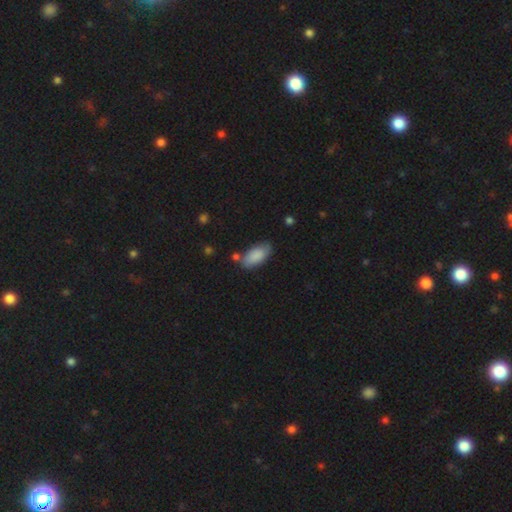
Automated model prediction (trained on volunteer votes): This is clearly a smooth galaxy (87%). How rounded: clearly in between (90%). Merging: likely none (72%).